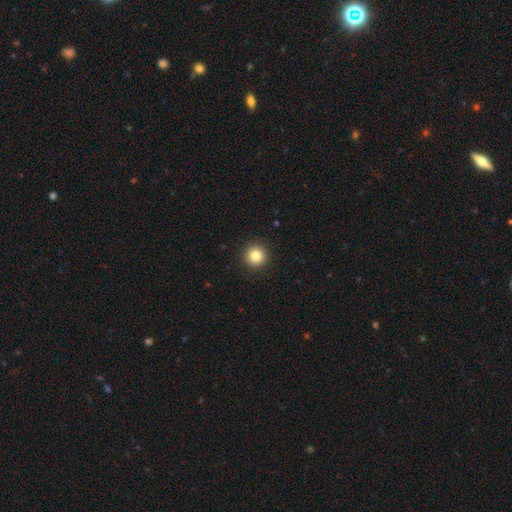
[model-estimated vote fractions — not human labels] Smooth or featured: smooth — 83% (star or artifact — 11%)
How rounded: round — 96% (in between — 3%)
Merging: none — 93% (minor disturbance — 4%)